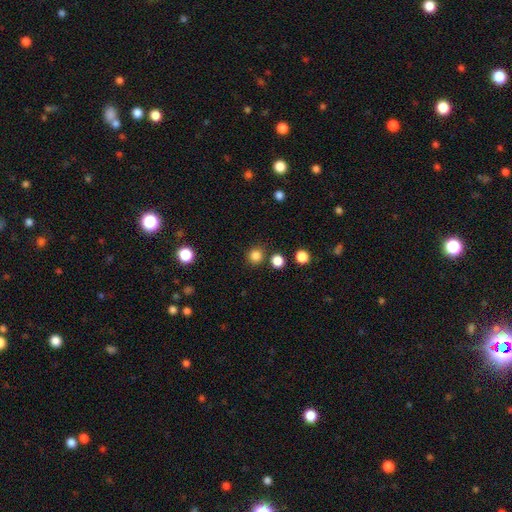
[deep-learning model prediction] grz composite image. It shows a smooth galaxy with no disk features (83%) that is round (92%). Merging: none (84%).